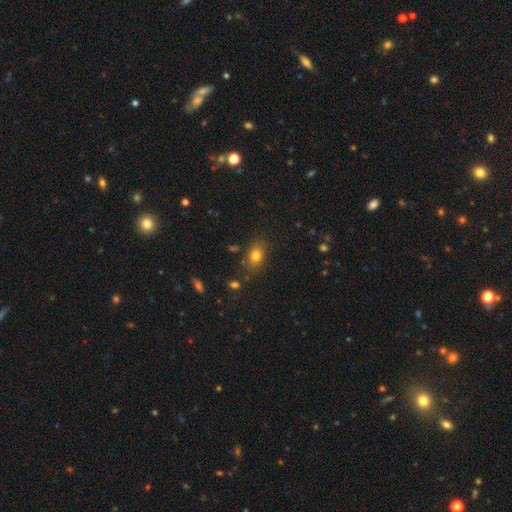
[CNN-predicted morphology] type=smooth (78%); roundness=in between (73%); merging=none (79%).